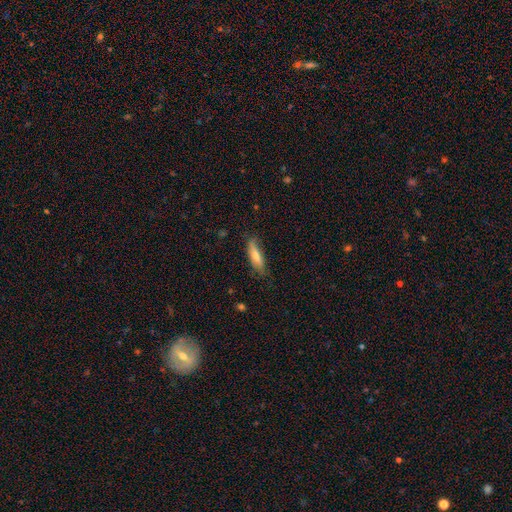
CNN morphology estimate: Q: Smooth or featured?
A: smooth (66%); runner-up: featured or disk (27%)
Q: How rounded?
A: cigar-shaped (64%); runner-up: in between (34%)
Q: Merging?
A: none (74%); runner-up: minor disturbance (21%)